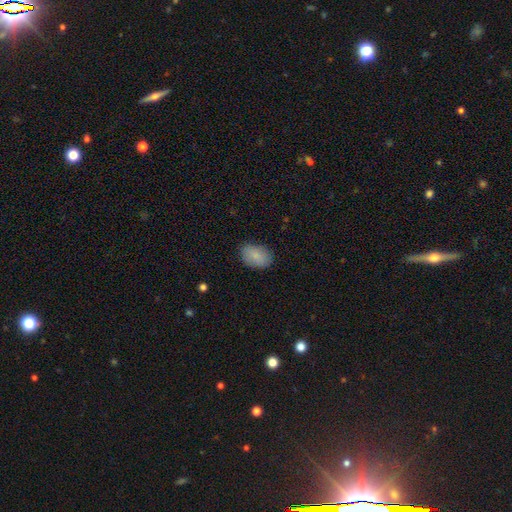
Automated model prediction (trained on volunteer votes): Smooth or featured? smooth (88%)
How rounded? in between (87%)
Merging? none (84%)